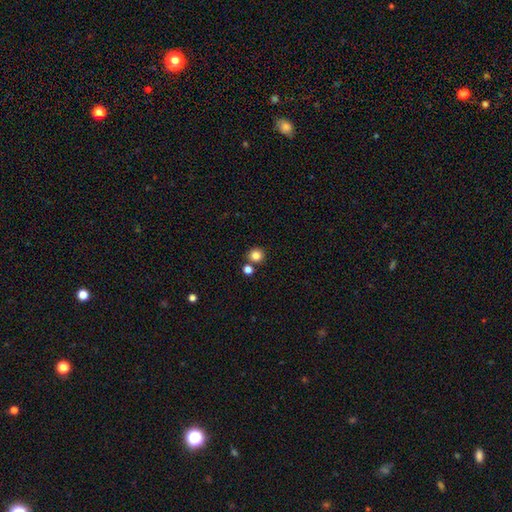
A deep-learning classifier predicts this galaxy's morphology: Smooth or featured?
  - smooth: 84% *
  - star or artifact: 12%
  - featured or disk: 4%
How rounded?
  - round: 92% *
  - in between: 7%
  - cigar-shaped: 1%
Merging?
  - none: 77% *
  - merger: 14%
  - minor disturbance: 7%
  - major disturbance: 2%